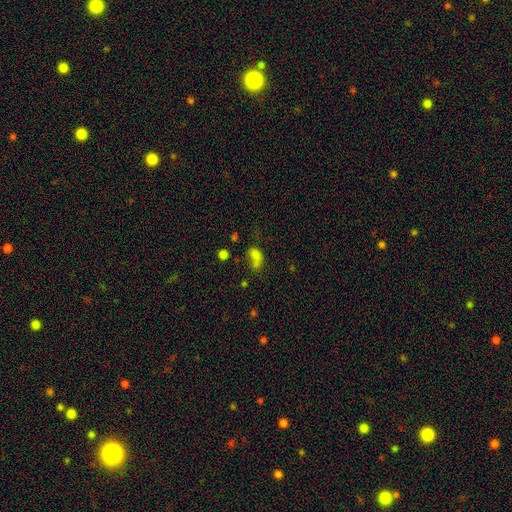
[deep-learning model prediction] Q: Smooth or featured?
A: smooth (69%); runner-up: star or artifact (17%)
Q: How rounded?
A: in between (74%); runner-up: round (23%)
Q: Merging?
A: merger (31%); runner-up: none (27%)